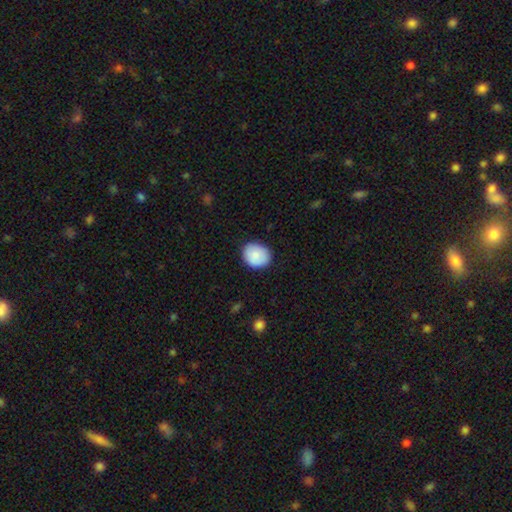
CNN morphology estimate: Overall: smooth (86%). How rounded: round (61%; in between 39%). Merging: none (86%).